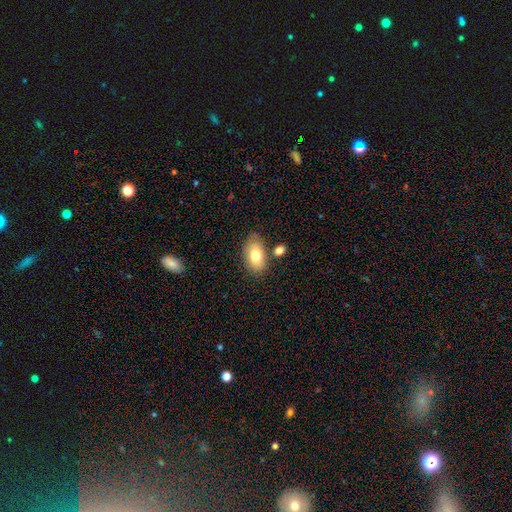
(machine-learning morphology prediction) type=smooth (78%); roundness=in between (91%); merging=none (72%).